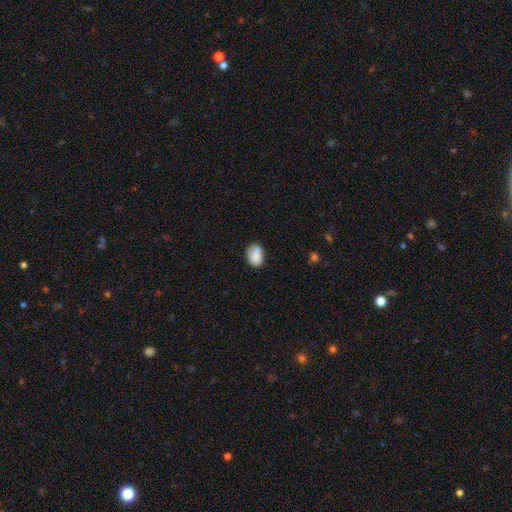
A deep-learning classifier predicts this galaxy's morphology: smooth-or-featured: smooth: 79% | featured or disk: 13% | star or artifact: 8%
  how-rounded: in between: 70% | round: 29% | cigar-shaped: 1%
  merging: none: 56% | minor disturbance: 25% | merger: 11% | major disturbance: 7%